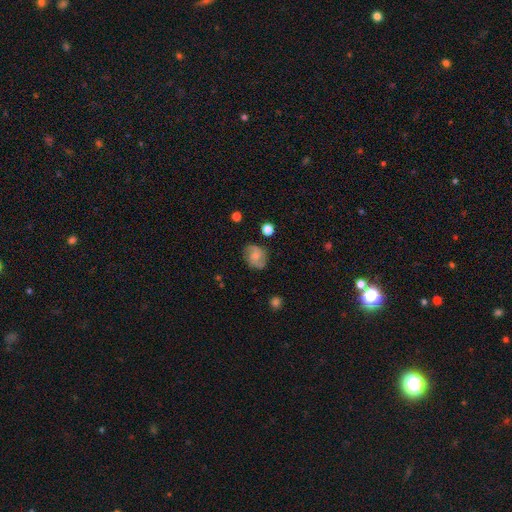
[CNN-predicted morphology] Smooth or featured: featured or disk — 52% (smooth — 39%)
Edge-on disk: no — 97% (yes — 3%)
Bar: no — 59% (weak — 34%)
Spiral arms: yes — 87% (no — 13%)
Bulge size: small — 45% (moderate — 41%)
Merging: none — 78% (minor disturbance — 16%)